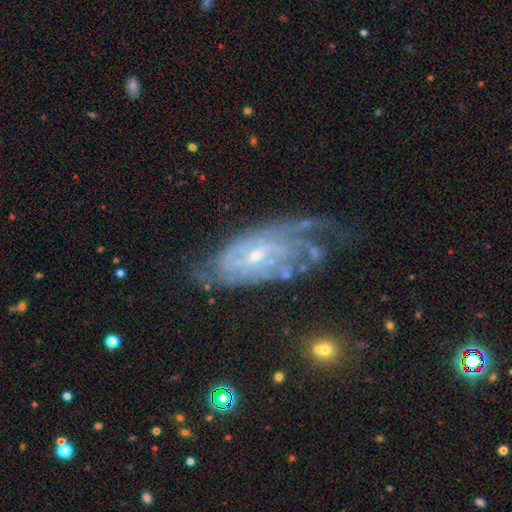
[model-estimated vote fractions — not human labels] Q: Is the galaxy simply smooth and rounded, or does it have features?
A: featured or disk — 83%.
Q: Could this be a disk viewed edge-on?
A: no — 93%.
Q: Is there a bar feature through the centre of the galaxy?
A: weak — 45%.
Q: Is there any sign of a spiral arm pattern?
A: yes — 92%.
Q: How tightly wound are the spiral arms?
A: tight — 56%.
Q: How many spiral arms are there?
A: can't tell — 45%.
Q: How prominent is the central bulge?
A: small — 67%.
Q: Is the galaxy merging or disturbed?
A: none — 46%.